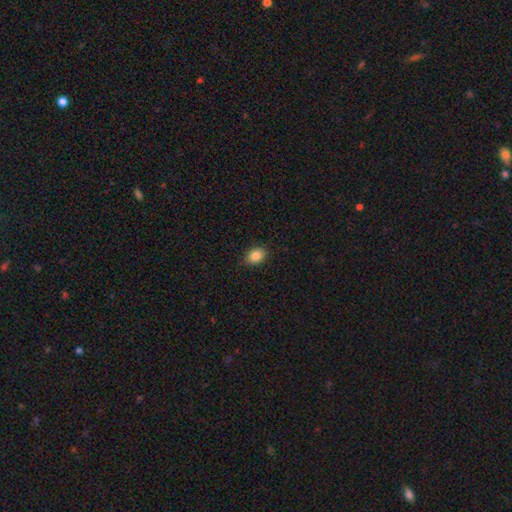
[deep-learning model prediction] Smooth or featured? smooth (86%)
How rounded? in between (68%)
Merging? none (87%)